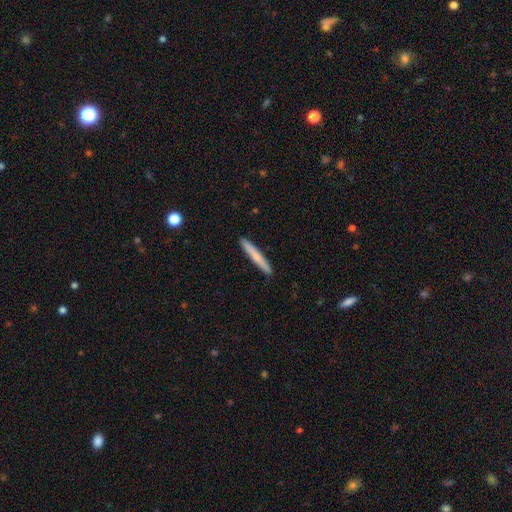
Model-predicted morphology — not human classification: The model was most divided on "smooth or featured": smooth: 70%, featured or disk: 25%, star or artifact: 6%. More confident: how rounded — cigar-shaped (96%); merging — none (92%).